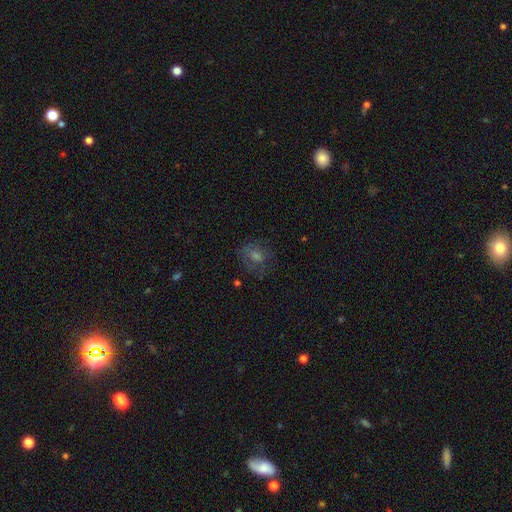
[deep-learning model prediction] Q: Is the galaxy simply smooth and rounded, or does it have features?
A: smooth — 46%.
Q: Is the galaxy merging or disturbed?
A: none — 72%.